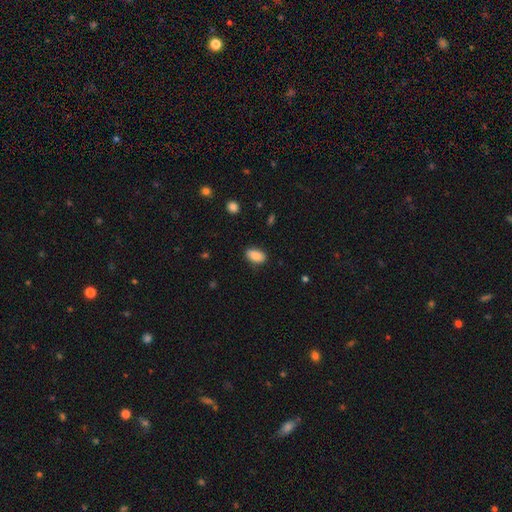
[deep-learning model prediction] Smooth or featured?
  - smooth: 88% *
  - star or artifact: 7%
  - featured or disk: 5%
How rounded?
  - in between: 92% *
  - round: 6%
  - cigar-shaped: 2%
Merging?
  - none: 84% *
  - minor disturbance: 12%
  - major disturbance: 3%
  - merger: 1%